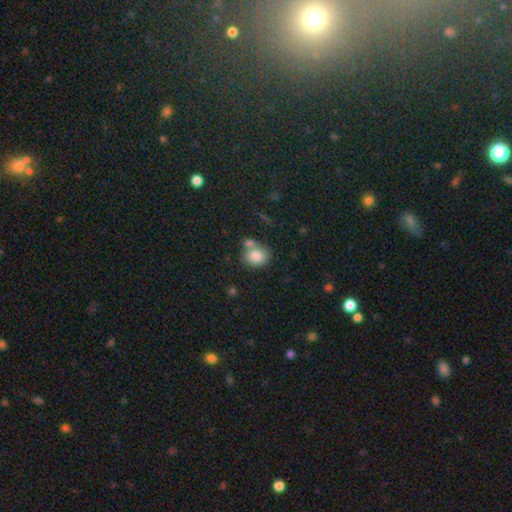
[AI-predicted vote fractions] Smooth or featured? smooth (82%)
How rounded? round (57%)
Merging? none (51%)